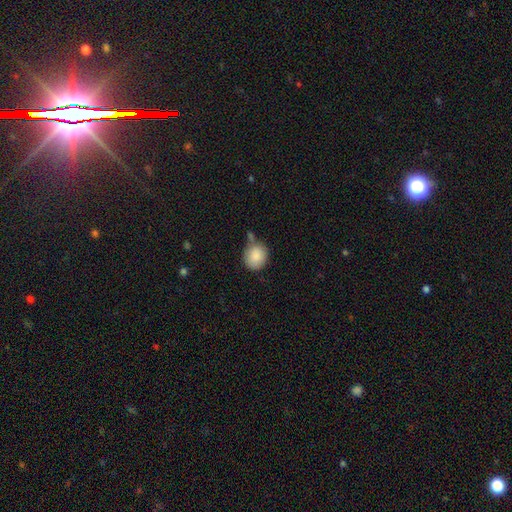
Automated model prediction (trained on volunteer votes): Overall: smooth (88%). How rounded: round (76%). Merging: none (63%).